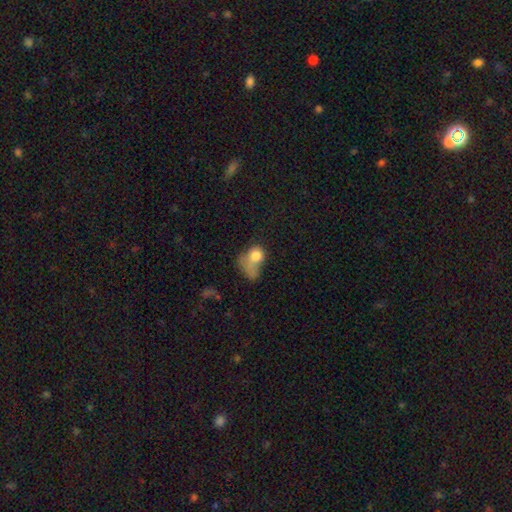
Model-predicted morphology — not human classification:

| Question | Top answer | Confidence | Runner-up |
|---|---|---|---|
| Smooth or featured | smooth | 71% | featured or disk (18%) |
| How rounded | round | 49% | tied: in between (49%) |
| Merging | major disturbance | 44% | merger (20%) |